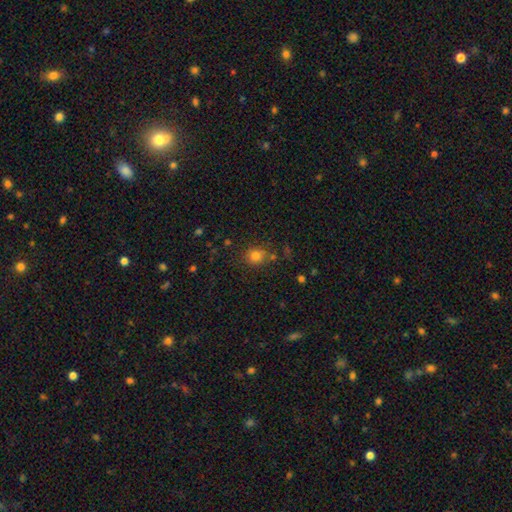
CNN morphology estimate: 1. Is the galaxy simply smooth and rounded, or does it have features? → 80% smooth, 14% star or artifact, 6% featured or disk.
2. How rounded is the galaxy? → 75% round, 24% in between, 1% cigar-shaped.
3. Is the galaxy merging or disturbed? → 71% none, 15% minor disturbance, 8% merger, 6% major disturbance.